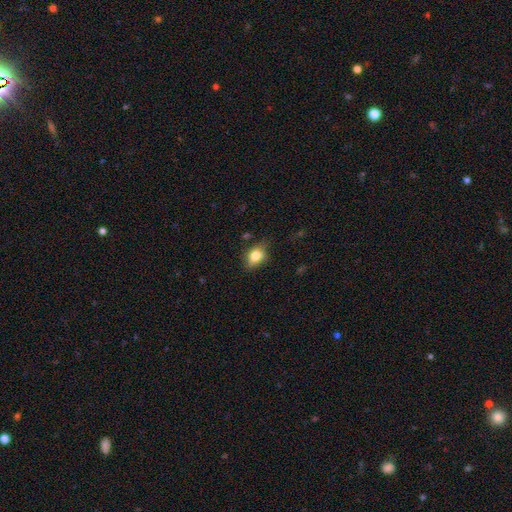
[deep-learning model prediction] A smooth galaxy with no disk features (75%) that is in between round and cigar-shaped (72%).

Vote fractions:
- Smooth or featured? smooth: 75% / featured or disk: 16% / star or artifact: 9%
- How rounded? in between: 72% / round: 25% / cigar-shaped: 3%
- Merging? none: 68% / minor disturbance: 24% / major disturbance: 6% / merger: 2%